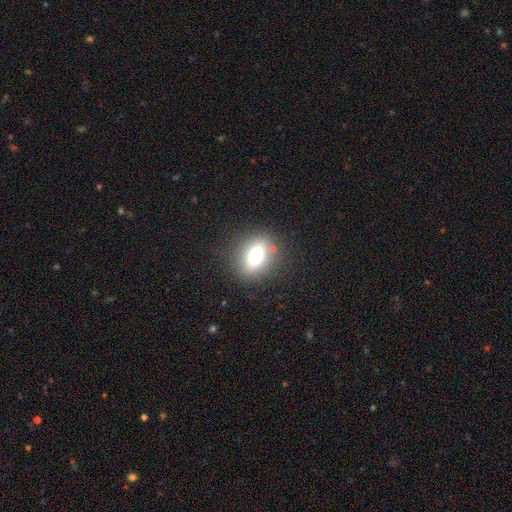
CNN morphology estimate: Q: Smooth or featured?
A: smooth (71%); runner-up: featured or disk (16%)
Q: How rounded?
A: in between (60%); runner-up: round (37%)
Q: Merging?
A: none (81%); runner-up: minor disturbance (11%)